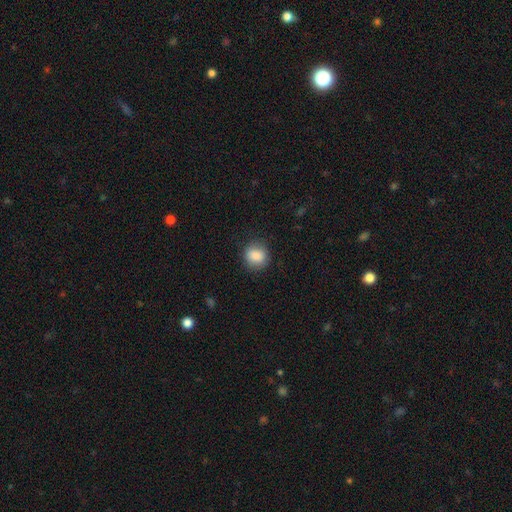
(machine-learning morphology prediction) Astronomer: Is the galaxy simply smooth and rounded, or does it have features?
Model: smooth — 86%.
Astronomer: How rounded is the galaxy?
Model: round — 78%.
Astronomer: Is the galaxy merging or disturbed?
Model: none — 83%.